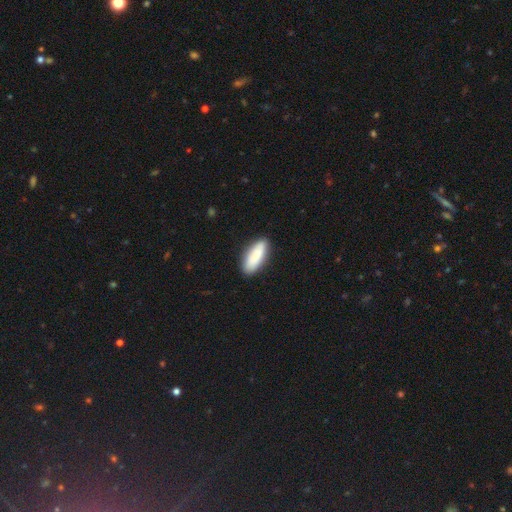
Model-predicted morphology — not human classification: Smooth or featured: smooth — 87% (featured or disk — 7%)
How rounded: in between — 68% (cigar-shaped — 30%)
Merging: none — 87% (minor disturbance — 9%)